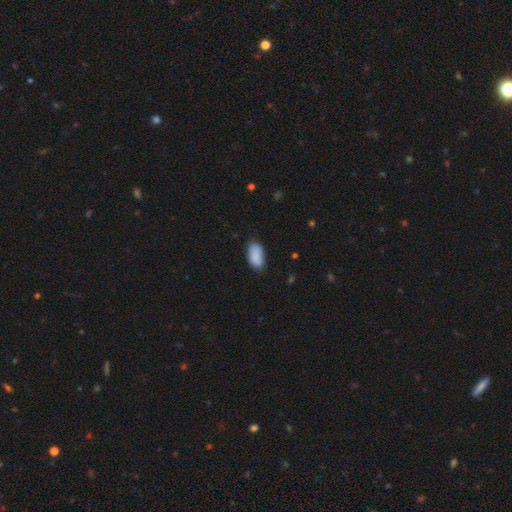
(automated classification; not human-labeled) smooth_or_featured: smooth (p=0.88) [alt: star or artifact p=0.07]
how_rounded: in between (p=0.93) [alt: cigar-shaped p=0.04]
merging: none (p=0.73) [alt: minor disturbance p=0.21]